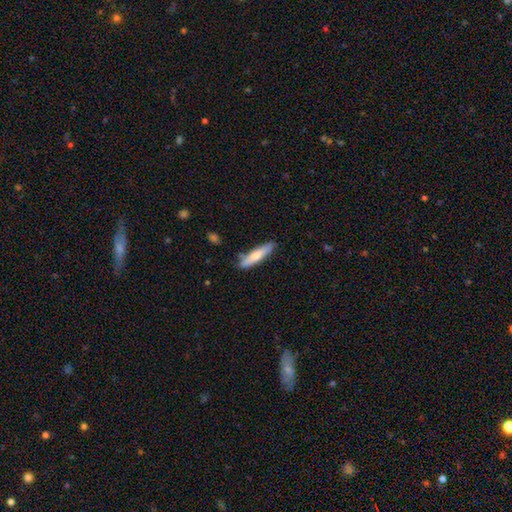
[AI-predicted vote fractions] Overall: smooth (65%; featured or disk 29%). How rounded: cigar-shaped (80%). Merging: none (80%).